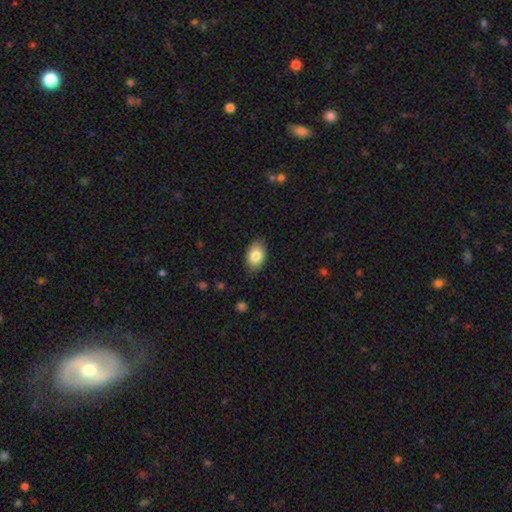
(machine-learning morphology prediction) Smooth or featured? Predicted: smooth (p=0.84). How rounded? Predicted: in between (p=0.88). Merging? Predicted: none (p=0.86).